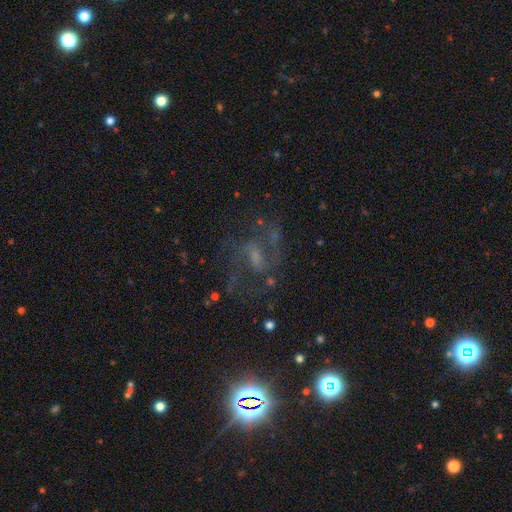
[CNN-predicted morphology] Smooth or featured? featured or disk (72%)
Edge-on disk? no (96%)
Bar? weak (51%)
Spiral arms? yes (86%)
Spiral winding? medium (51%)
Spiral arm count? 2 (71%)
Bulge size? small (35%)
Merging? none (59%)